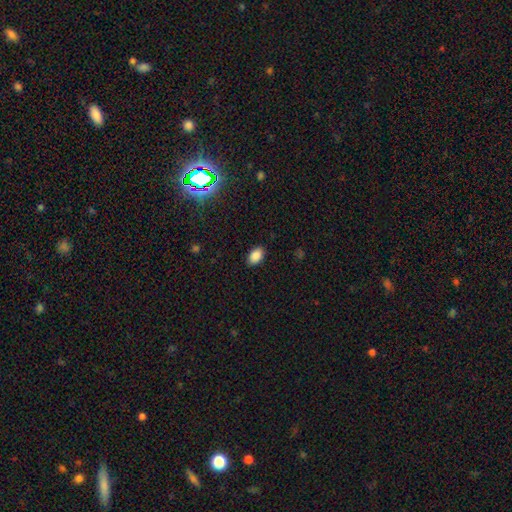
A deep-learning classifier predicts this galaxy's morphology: Q: Smooth or featured?
A: smooth (87%); runner-up: star or artifact (9%)
Q: How rounded?
A: in between (89%); runner-up: round (10%)
Q: Merging?
A: none (88%); runner-up: minor disturbance (9%)